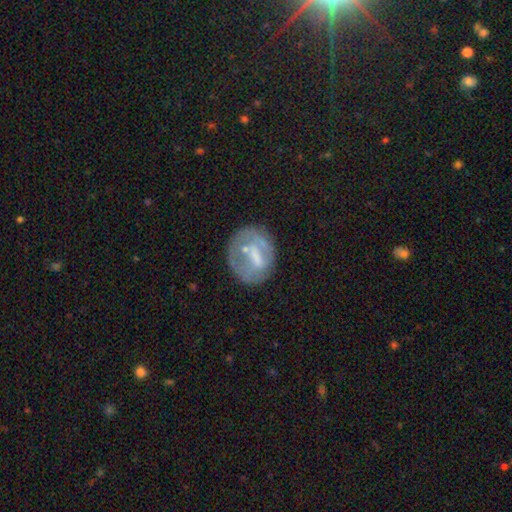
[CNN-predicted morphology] This is possibly a featured or disk galaxy (49%). Merging: likely none (60%).